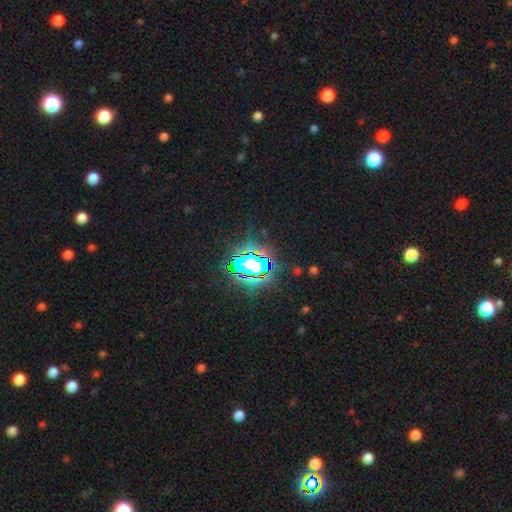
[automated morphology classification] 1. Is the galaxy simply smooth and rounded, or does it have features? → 81% star or artifact, 11% smooth, 8% featured or disk.